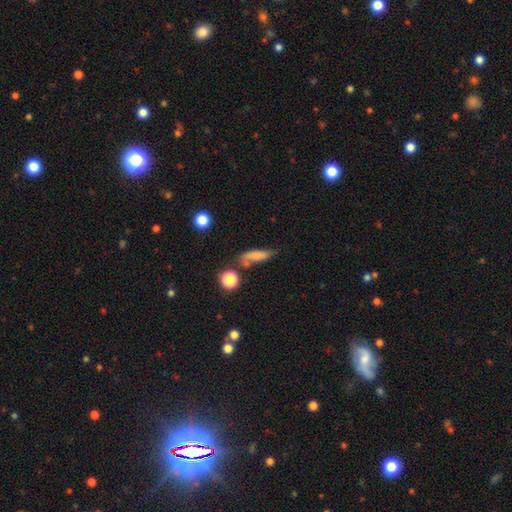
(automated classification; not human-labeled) This appears to be a smooth galaxy with no disk features (65%) that is cigar-shaped (52%). Merging: none (52%).